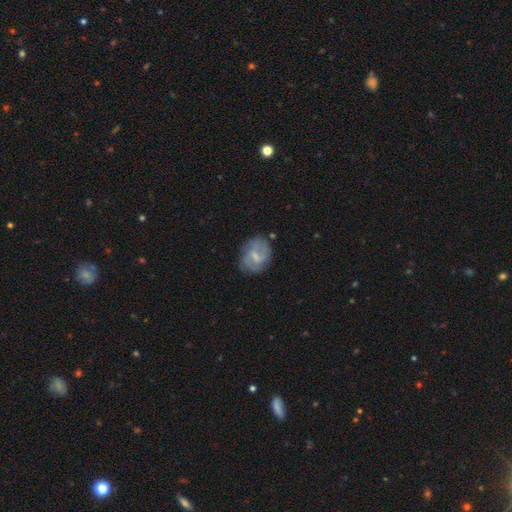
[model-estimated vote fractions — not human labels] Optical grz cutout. It shows a featured or disk galaxy (62%) with a weak bar (59%), spiral arms (77%) and a small central bulge (49%). Merging: none (65%).